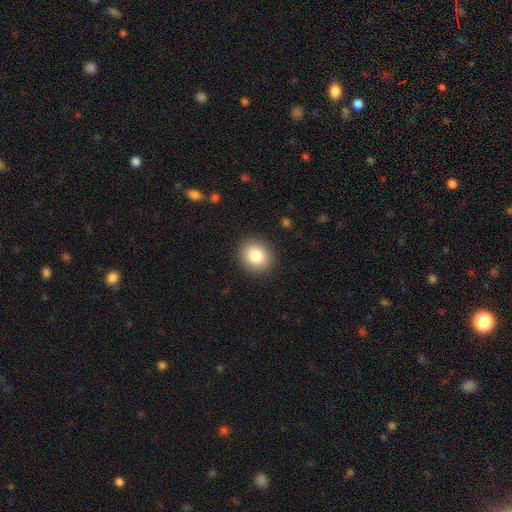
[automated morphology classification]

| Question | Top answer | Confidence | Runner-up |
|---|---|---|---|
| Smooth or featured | smooth | 83% | star or artifact (9%) |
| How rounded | round | 78% | in between (22%) |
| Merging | none | 91% | minor disturbance (6%) |